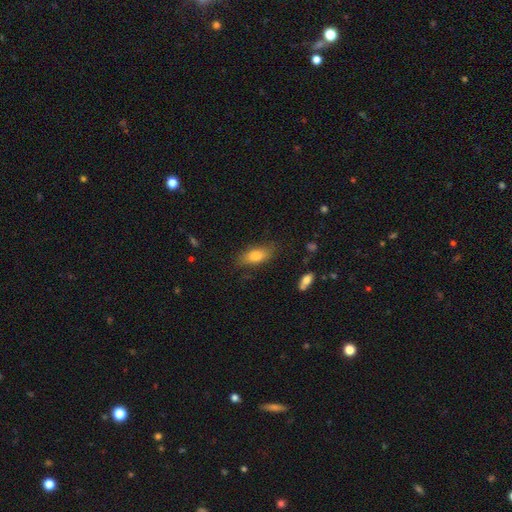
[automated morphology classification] Q: Smooth or featured?
A: smooth (77%); runner-up: featured or disk (16%)
Q: How rounded?
A: in between (80%); runner-up: cigar-shaped (16%)
Q: Merging?
A: none (77%); runner-up: minor disturbance (17%)